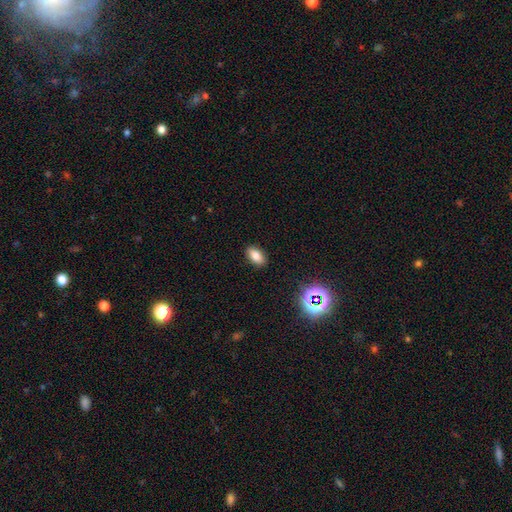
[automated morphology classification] This is likely a smooth galaxy (78%). How rounded: clearly in between (89%). Merging: clearly none (89%).